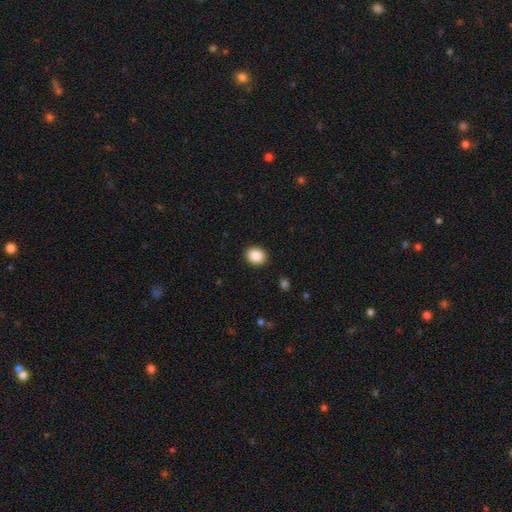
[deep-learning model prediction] This appears to be a smooth galaxy with no disk features (87%) that is round (62%). Merging: none (91%).